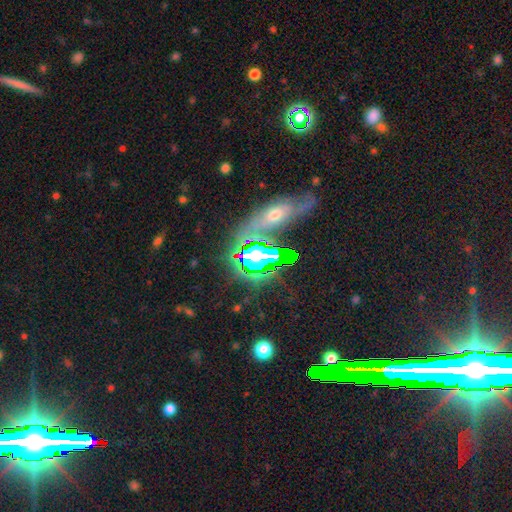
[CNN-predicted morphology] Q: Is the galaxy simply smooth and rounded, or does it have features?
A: star or artifact — 64%.